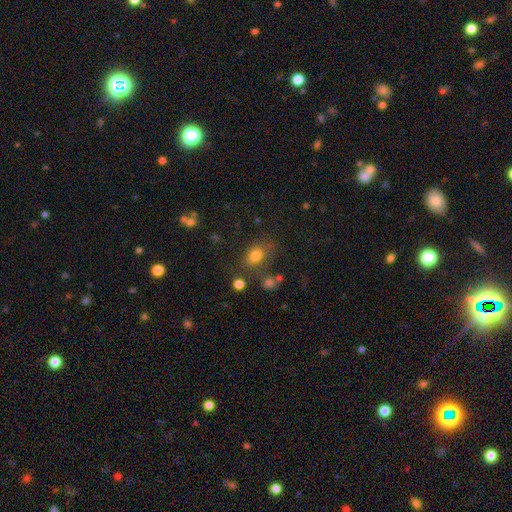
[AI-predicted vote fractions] Smooth or featured: smooth — 78% (star or artifact — 13%)
How rounded: in between — 70% (round — 28%)
Merging: none — 64% (minor disturbance — 19%)